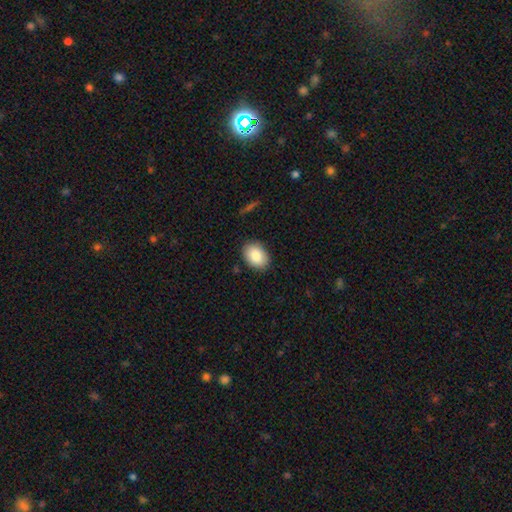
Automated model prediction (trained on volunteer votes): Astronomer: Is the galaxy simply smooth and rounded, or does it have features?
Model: smooth — 86%.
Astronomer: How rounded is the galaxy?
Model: in between — 77%.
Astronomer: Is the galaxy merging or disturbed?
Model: none — 87%.